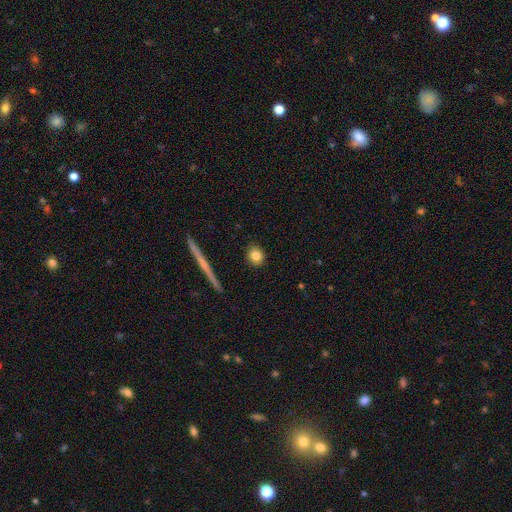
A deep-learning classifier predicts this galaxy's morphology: The model was most divided on "how rounded": round: 79%, in between: 18%, cigar-shaped: 4%. More confident: merging — none (90%); smooth or featured — smooth (82%).